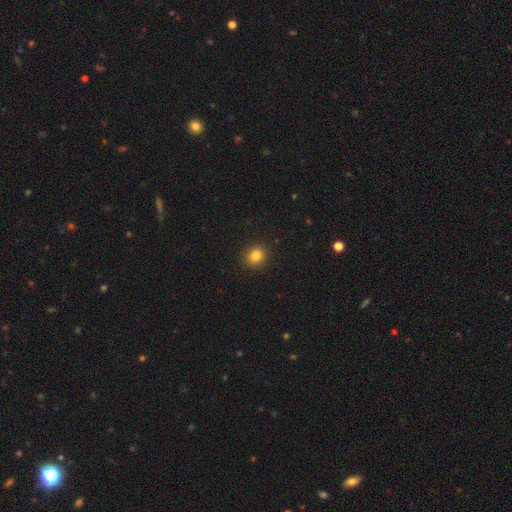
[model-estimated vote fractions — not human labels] A smooth galaxy with no disk features (82%) that is round (82%).

Vote fractions:
- Smooth or featured? smooth: 82% / star or artifact: 12% / featured or disk: 6%
- How rounded? round: 82% / in between: 17% / cigar-shaped: 1%
- Merging? none: 92% / minor disturbance: 6% / major disturbance: 2% / merger: 1%